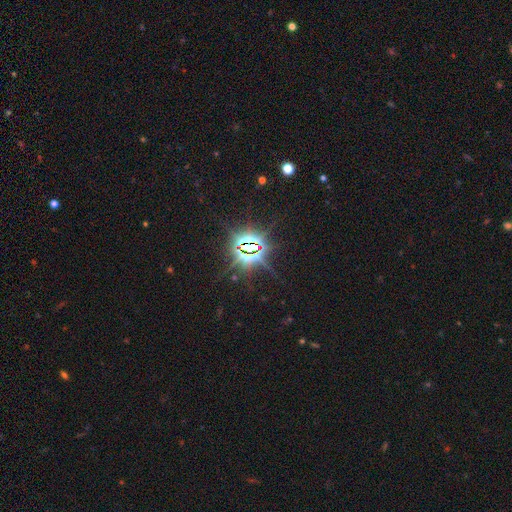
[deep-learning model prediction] smooth-or-featured: star or artifact: 85% | featured or disk: 9% | smooth: 7%